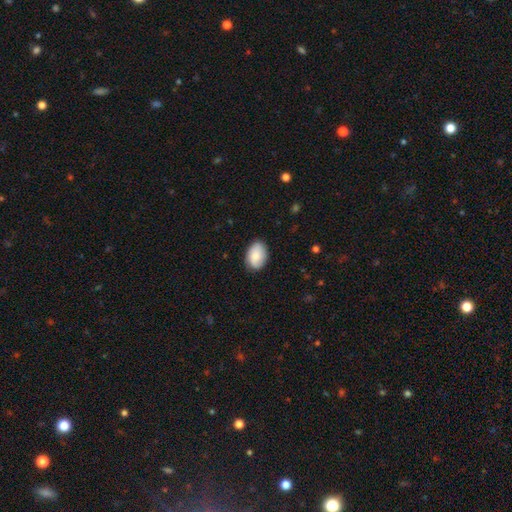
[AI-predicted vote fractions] Smooth or featured? Predicted: smooth (p=0.78). How rounded? Predicted: in between (p=0.86). Merging? Predicted: none (p=0.81).